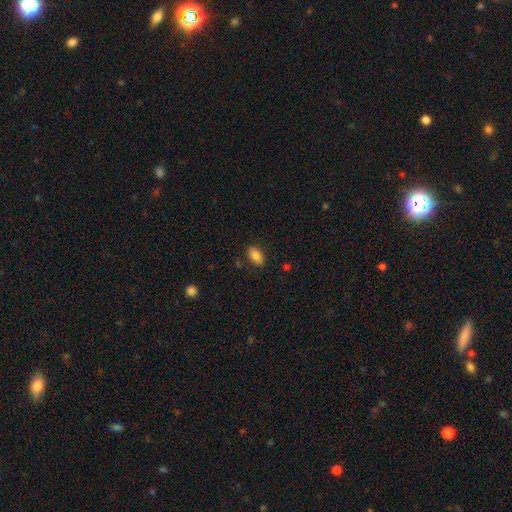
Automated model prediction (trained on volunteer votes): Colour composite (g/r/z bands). It shows a smooth galaxy with no disk features (86%) that is in between round and cigar-shaped (91%). Merging: none (84%).